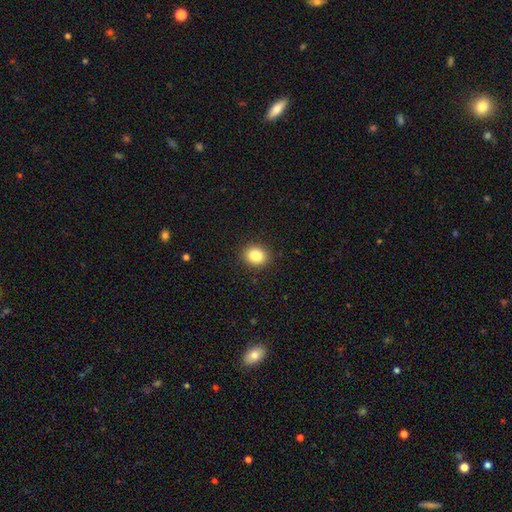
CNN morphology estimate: Smooth or featured?
  - smooth: 86% *
  - star or artifact: 10%
  - featured or disk: 5%
How rounded?
  - round: 57% *
  - in between: 43%
  - cigar-shaped: 1%
Merging?
  - none: 89% *
  - minor disturbance: 8%
  - major disturbance: 2%
  - merger: 1%